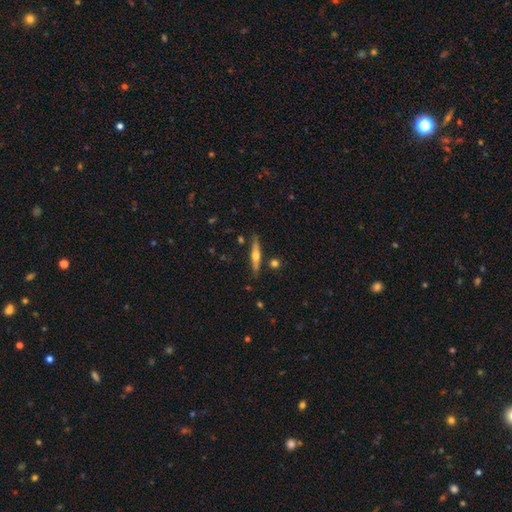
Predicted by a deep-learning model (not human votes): Morphology: type=featured or disk (63%); edge-on=yes (96%); edge-on bulge=rounded (92%); merging=none (83%).